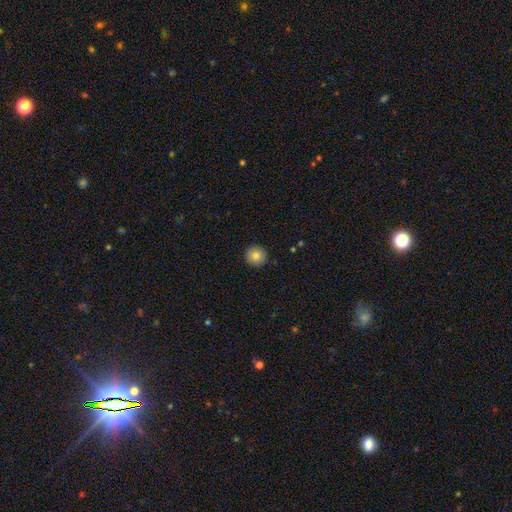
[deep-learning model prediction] This appears to be a smooth galaxy with no disk features (82%) that is round (95%). Merging: none (92%).